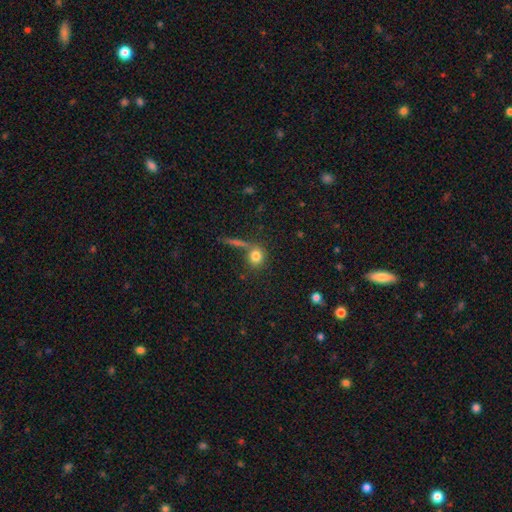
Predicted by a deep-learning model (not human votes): Overall: smooth (80%). How rounded: round (83%). Merging: none (66%).